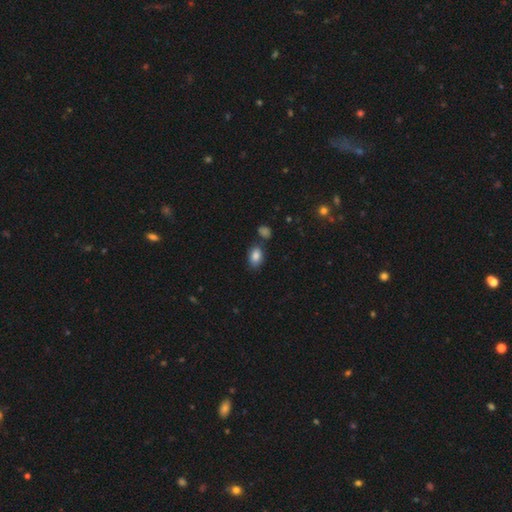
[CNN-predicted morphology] A smooth galaxy with no disk features (85%) that is in between round and cigar-shaped (85%). Merging: none (74%).